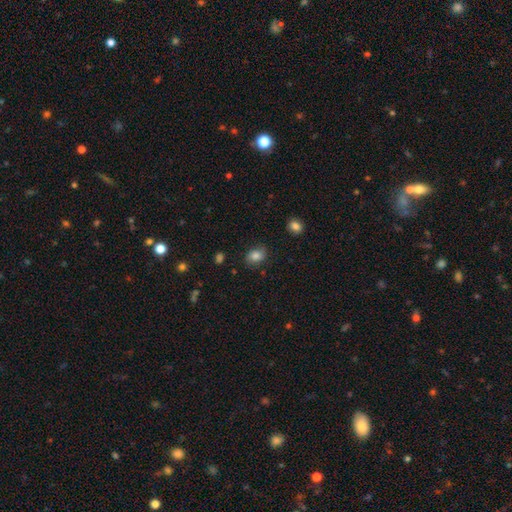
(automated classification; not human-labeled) Smooth or featured?
  - smooth: 83% *
  - star or artifact: 9%
  - featured or disk: 8%
How rounded?
  - in between: 66% *
  - round: 33%
  - cigar-shaped: 1%
Merging?
  - none: 79% *
  - minor disturbance: 16%
  - major disturbance: 4%
  - merger: 2%